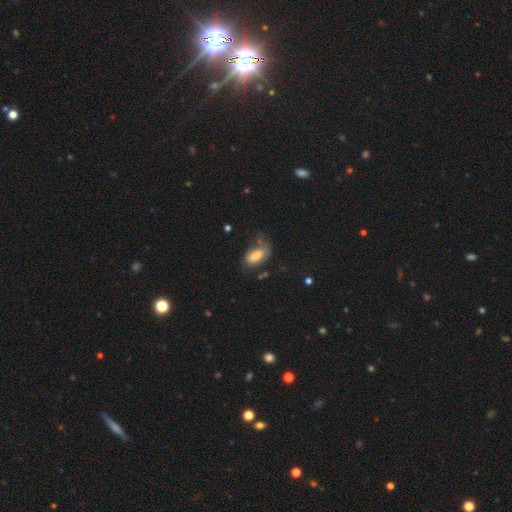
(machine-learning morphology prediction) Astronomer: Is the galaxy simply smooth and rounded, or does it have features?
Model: smooth — 77%.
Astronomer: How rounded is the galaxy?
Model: in between — 90%.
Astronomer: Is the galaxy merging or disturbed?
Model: none — 45% (runner-up: minor disturbance, 30%).